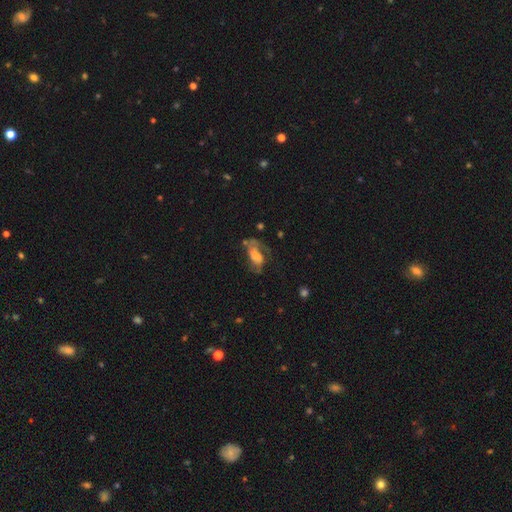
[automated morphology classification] A featured or disk galaxy (55%) with no bar (64%), spiral arms (71%) and no central bulge (42%). Merging: major disturbance (43%).